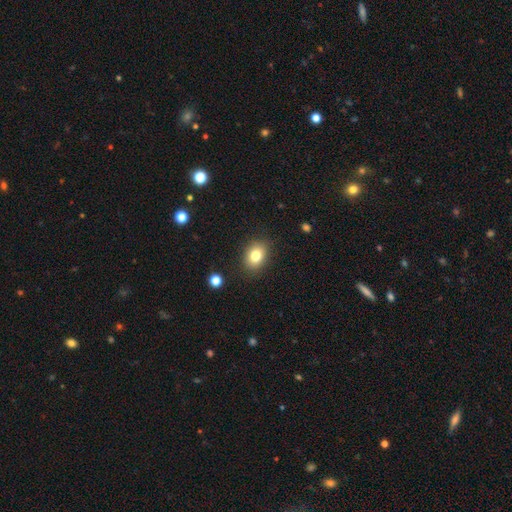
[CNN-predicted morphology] Overall: smooth (81%). How rounded: in between (68%; round 31%). Merging: none (86%).